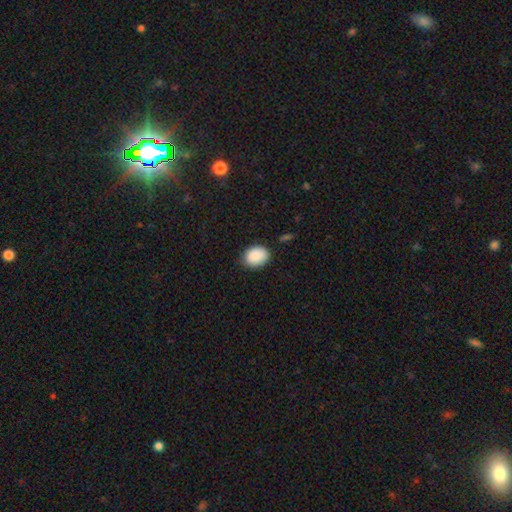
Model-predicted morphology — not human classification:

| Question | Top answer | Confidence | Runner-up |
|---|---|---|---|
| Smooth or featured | smooth | 89% | star or artifact (7%) |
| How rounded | in between | 68% | round (31%) |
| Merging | none | 82% | minor disturbance (14%) |